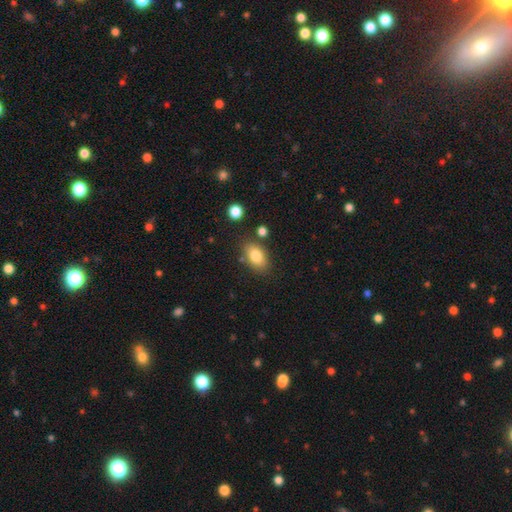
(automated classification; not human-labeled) Smooth or featured?
  - smooth: 81% *
  - featured or disk: 10%
  - star or artifact: 8%
How rounded?
  - in between: 88% *
  - round: 10%
  - cigar-shaped: 2%
Merging?
  - none: 78% *
  - minor disturbance: 13%
  - merger: 6%
  - major disturbance: 3%